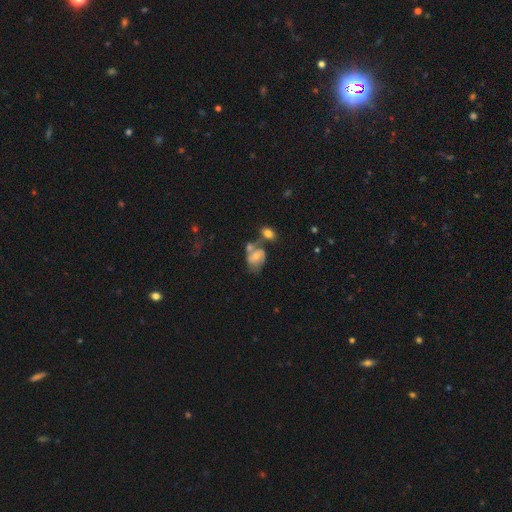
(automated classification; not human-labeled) smooth_or_featured: featured or disk (p=0.49) [alt: smooth p=0.42]
merging: none (p=0.35) [alt: merger p=0.34]